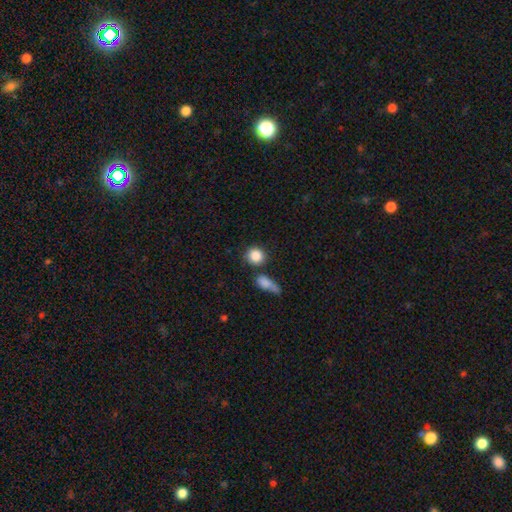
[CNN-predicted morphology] Smooth or featured: smooth — 86% (star or artifact — 8%)
How rounded: round — 85% (in between — 13%)
Merging: none — 68% (merger — 15%)